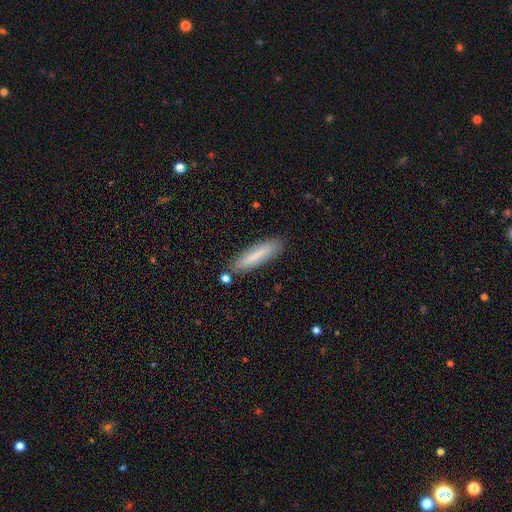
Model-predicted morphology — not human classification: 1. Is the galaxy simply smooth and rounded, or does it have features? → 75% smooth, 19% featured or disk, 6% star or artifact.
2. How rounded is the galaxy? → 80% cigar-shaped, 18% in between, 1% round.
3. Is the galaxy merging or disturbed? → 83% none, 11% minor disturbance, 4% merger, 2% major disturbance.